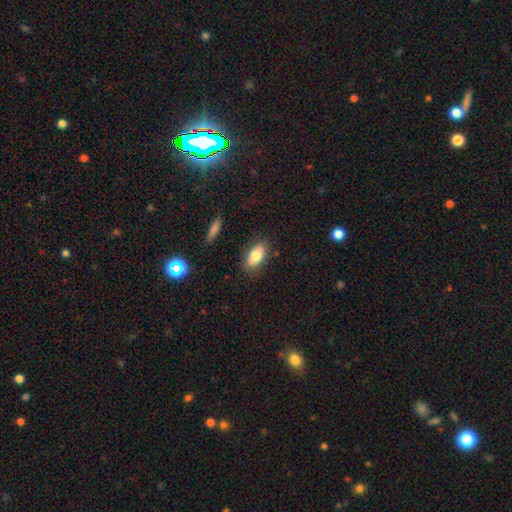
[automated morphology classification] Smooth or featured?
  - smooth: 80% *
  - featured or disk: 12%
  - star or artifact: 7%
How rounded?
  - in between: 91% *
  - round: 5%
  - cigar-shaped: 4%
Merging?
  - none: 82% *
  - minor disturbance: 12%
  - major disturbance: 3%
  - merger: 2%